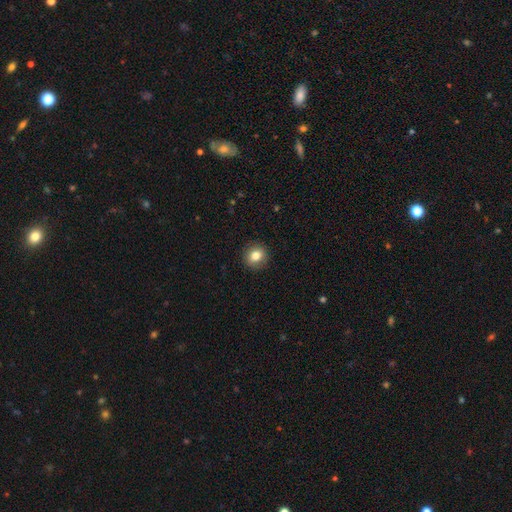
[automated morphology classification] smooth-or-featured: smooth: 81% | star or artifact: 10% | featured or disk: 10%
  how-rounded: round: 87% | in between: 12% | cigar-shaped: 1%
  merging: none: 91% | minor disturbance: 6% | major disturbance: 2% | merger: 1%